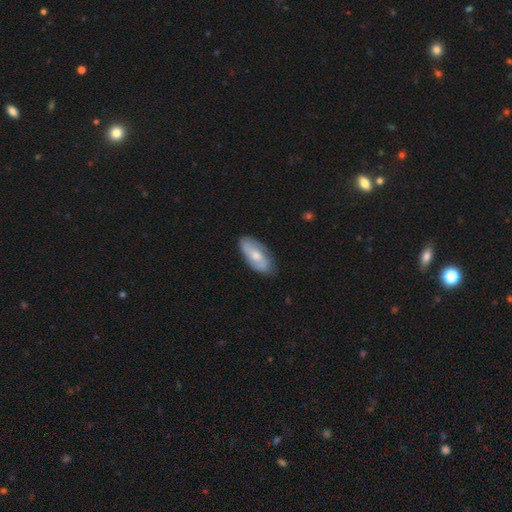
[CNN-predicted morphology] smooth-or-featured: smooth: 54% | featured or disk: 40% | star or artifact: 6%
  how-rounded: in between: 88% | cigar-shaped: 9% | round: 3%
  merging: none: 80% | minor disturbance: 16% | major disturbance: 3% | merger: 1%